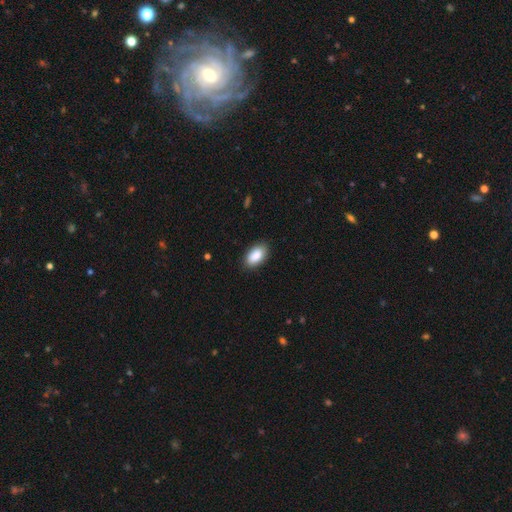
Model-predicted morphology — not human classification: Overall: smooth (89%). How rounded: in between (94%). Merging: none (87%).